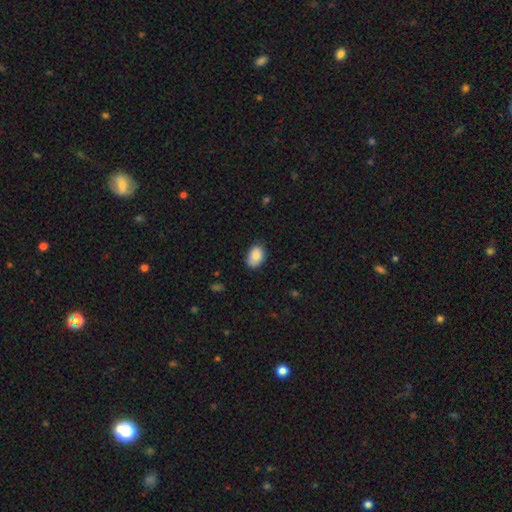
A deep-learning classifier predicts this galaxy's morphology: type=smooth (87%); roundness=in between (86%); merging=none (77%).